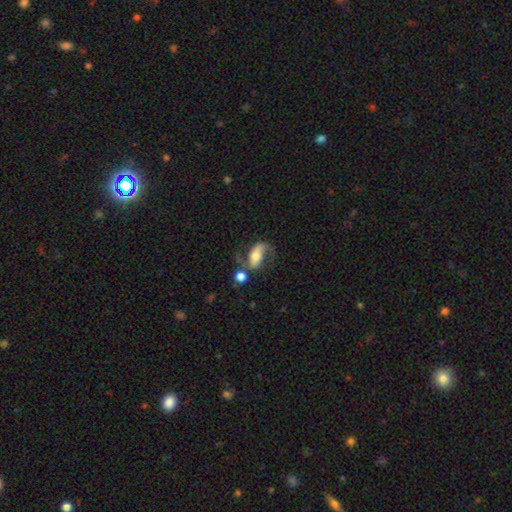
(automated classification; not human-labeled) This appears to be a featured or disk galaxy (69%) with no bar (35%), 2 (81%) loose (63%) spiral arms (90%) and a moderate central bulge (43%). Merging: none (45%).